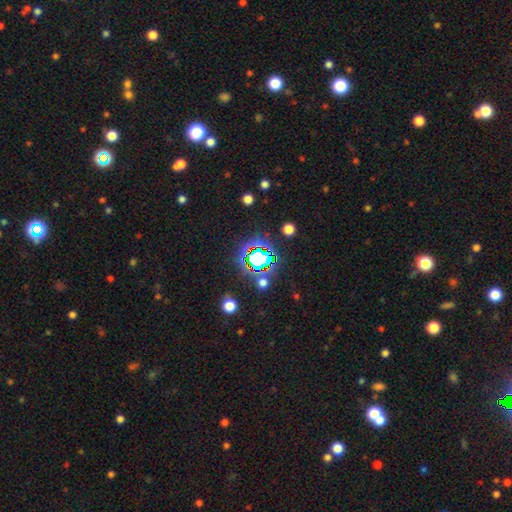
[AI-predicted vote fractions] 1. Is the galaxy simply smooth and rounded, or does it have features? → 78% star or artifact, 15% smooth, 8% featured or disk.